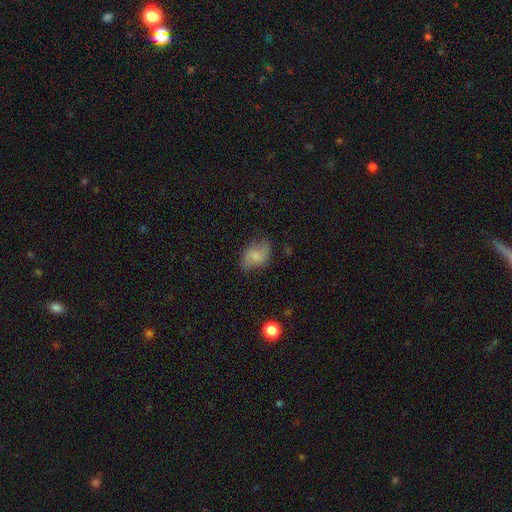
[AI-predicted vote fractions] smooth 59%, featured or disk 32%, star or artifact 10%. Down the decision tree: how rounded — in between (79%); merging — none (61%).